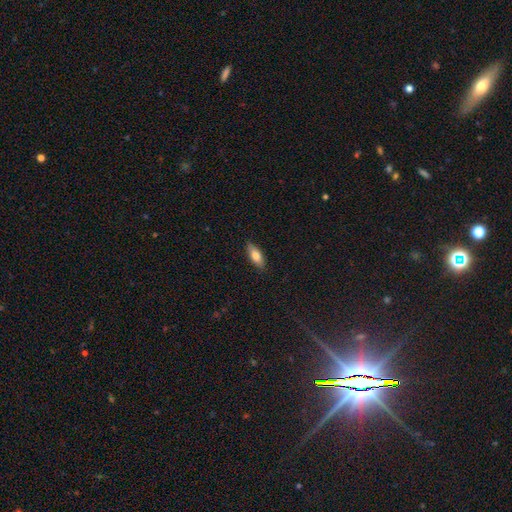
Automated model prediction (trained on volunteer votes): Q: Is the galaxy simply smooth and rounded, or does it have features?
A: smooth — 74%.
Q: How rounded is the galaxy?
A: in between — 74%.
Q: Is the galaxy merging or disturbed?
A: none — 86%.